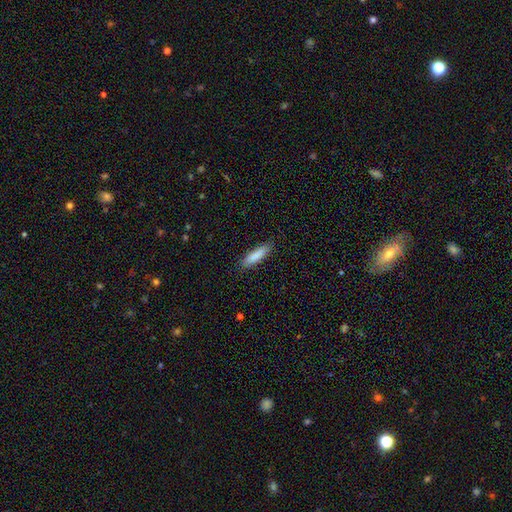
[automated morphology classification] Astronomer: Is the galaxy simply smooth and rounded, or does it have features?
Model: smooth — 86%.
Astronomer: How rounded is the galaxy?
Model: cigar-shaped — 74%.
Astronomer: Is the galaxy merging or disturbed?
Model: none — 86%.